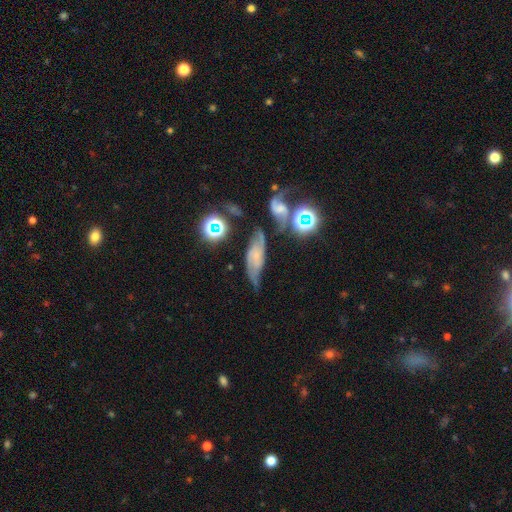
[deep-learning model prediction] This is likely a featured or disk galaxy (65%). It is clearly not viewed edge-on (88%). Bar: possibly no (56%). Spiral arm pattern: clearly yes (91%). Spiral arm count: likely 2 (77%). Spiral winding: marginally medium (40%, tied with loose). Central bulge: likely small (61%). Merging: possibly none (48%).